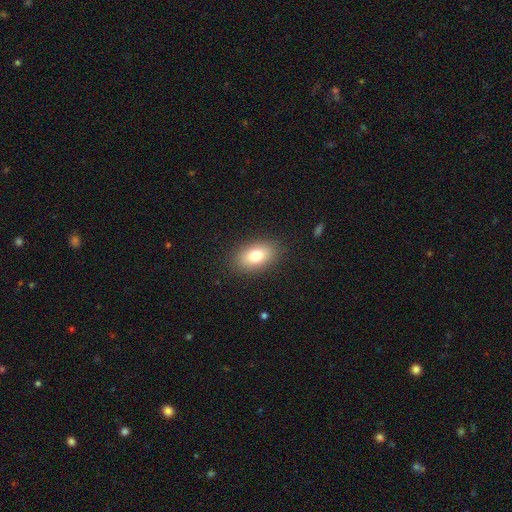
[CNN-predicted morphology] This appears to be a smooth galaxy with no disk features (79%) that is in between round and cigar-shaped (89%). Merging: none (87%).